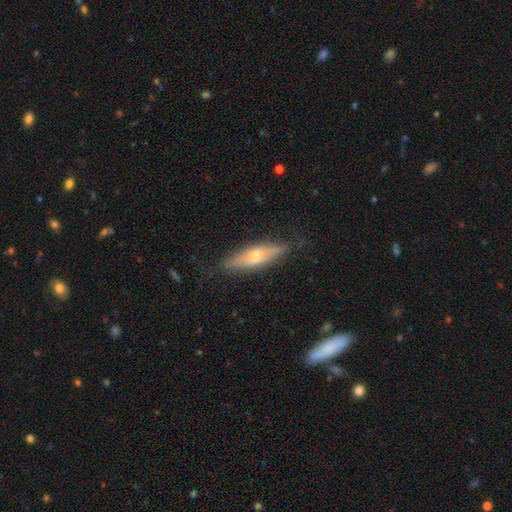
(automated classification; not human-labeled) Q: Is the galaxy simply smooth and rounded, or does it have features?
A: featured or disk — 53%.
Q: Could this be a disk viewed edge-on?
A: yes — 84%.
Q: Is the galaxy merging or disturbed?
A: none — 82%.